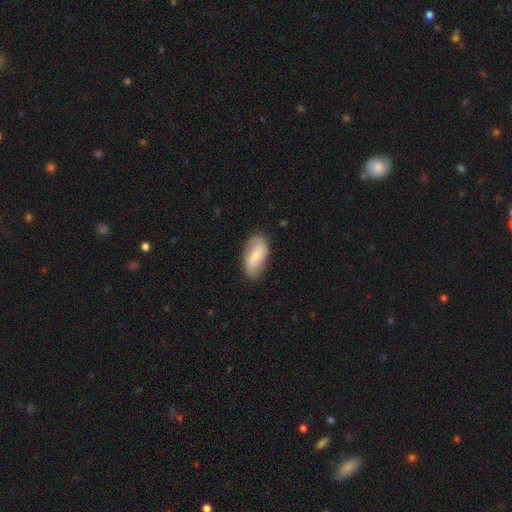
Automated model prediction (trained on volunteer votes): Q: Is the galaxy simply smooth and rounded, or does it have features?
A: smooth — 55%.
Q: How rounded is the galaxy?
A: in between — 89%.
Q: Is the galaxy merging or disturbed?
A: none — 79%.